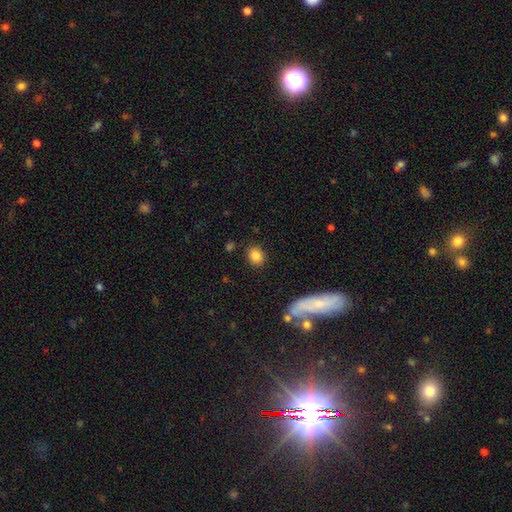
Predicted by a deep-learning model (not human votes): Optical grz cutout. It shows a smooth galaxy with no disk features (85%) that is round (63%). Merging: none (86%).